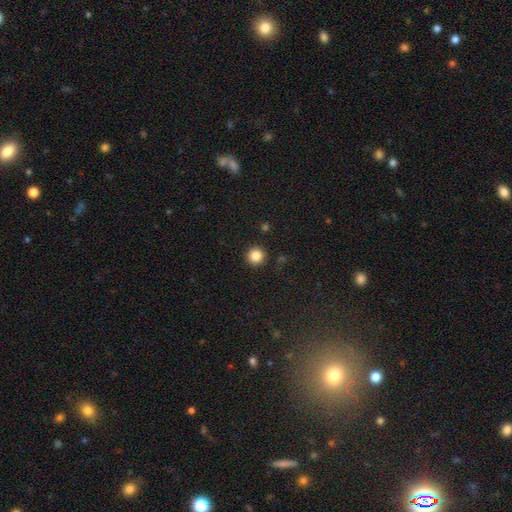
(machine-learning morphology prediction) The model was most divided on "smooth or featured": smooth: 85%, star or artifact: 11%, featured or disk: 4%. More confident: how rounded — round (95%); merging — none (92%).